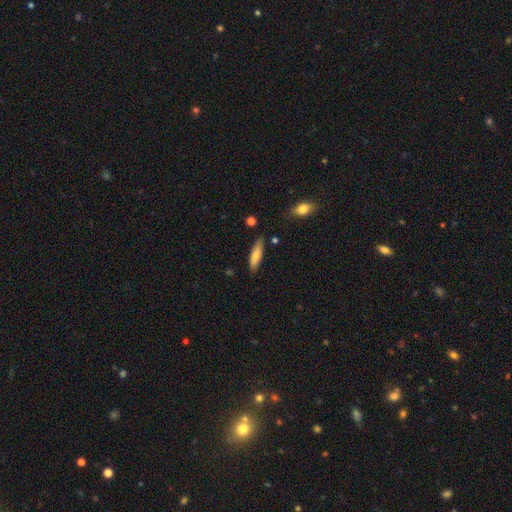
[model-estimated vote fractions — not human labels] This is likely a smooth galaxy (74%). How rounded: likely cigar-shaped (65%). Merging: clearly none (83%).